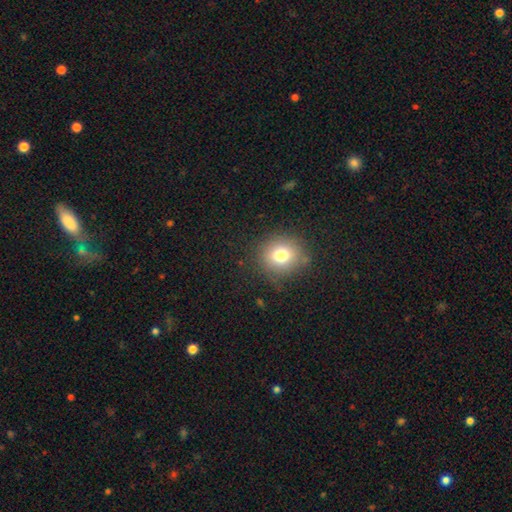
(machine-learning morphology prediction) Q: Smooth or featured?
A: smooth (70%); runner-up: star or artifact (22%)
Q: How rounded?
A: round (88%); runner-up: in between (11%)
Q: Merging?
A: none (91%); runner-up: minor disturbance (6%)